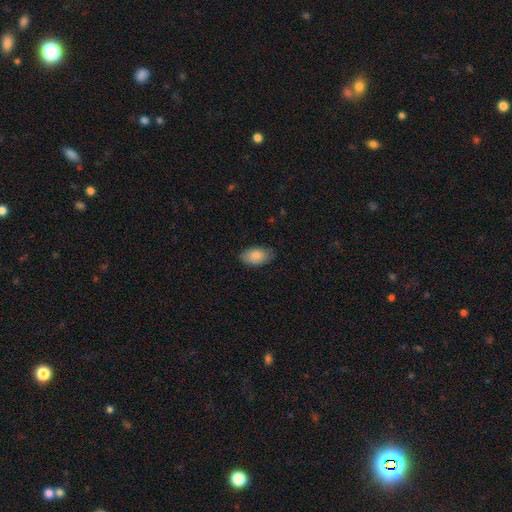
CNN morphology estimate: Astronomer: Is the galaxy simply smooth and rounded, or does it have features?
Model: smooth — 86%.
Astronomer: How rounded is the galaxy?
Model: in between — 94%.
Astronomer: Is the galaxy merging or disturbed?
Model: none — 80%.